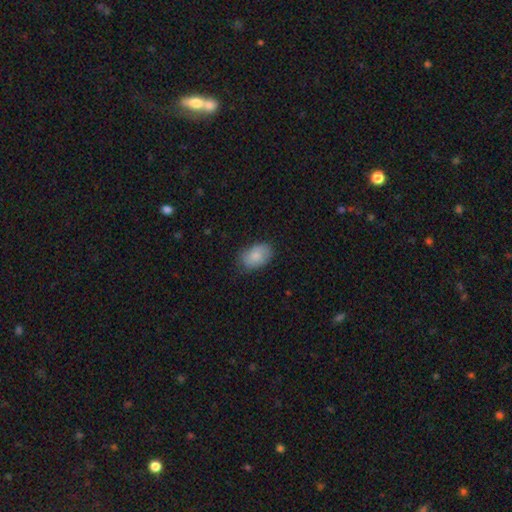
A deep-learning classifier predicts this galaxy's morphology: Smooth or featured: smooth — 79% (featured or disk — 15%)
How rounded: in between — 85% (round — 13%)
Merging: none — 74% (minor disturbance — 21%)